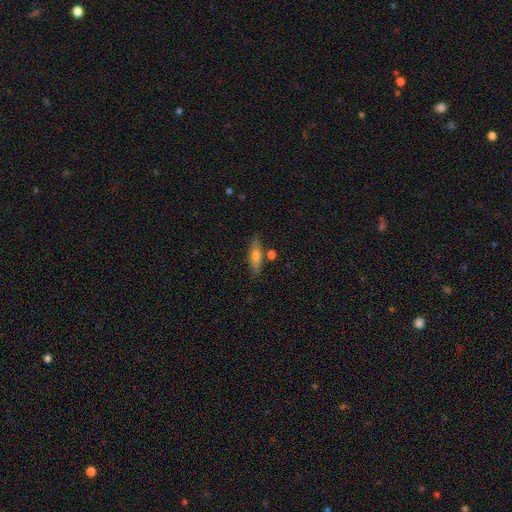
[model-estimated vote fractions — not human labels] Smooth or featured: smooth — 57% (featured or disk — 35%)
How rounded: cigar-shaped — 57% (in between — 40%)
Merging: none — 78% (minor disturbance — 12%)